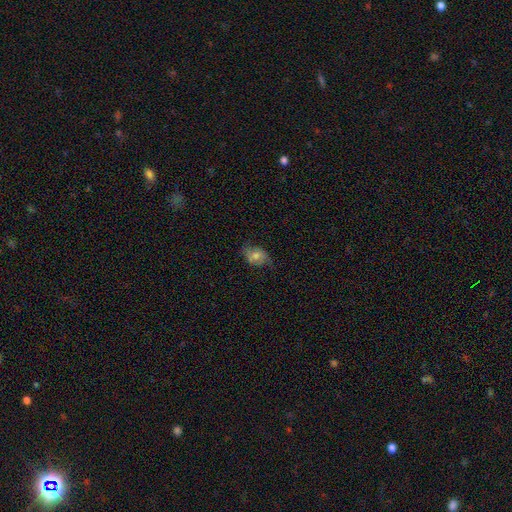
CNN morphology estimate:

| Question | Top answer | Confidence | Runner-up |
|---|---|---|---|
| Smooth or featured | smooth | 52% | featured or disk (36%) |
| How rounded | in between | 68% | round (30%) |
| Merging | none | 67% | minor disturbance (24%) |